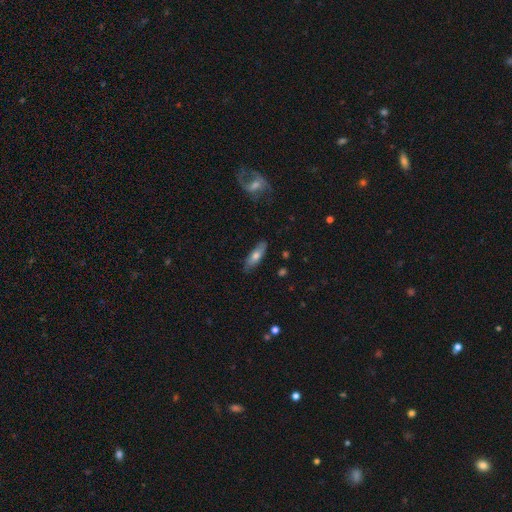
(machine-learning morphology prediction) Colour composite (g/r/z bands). It shows a smooth galaxy with no disk features (64%) that is cigar-shaped (50%). Merging: none (82%).